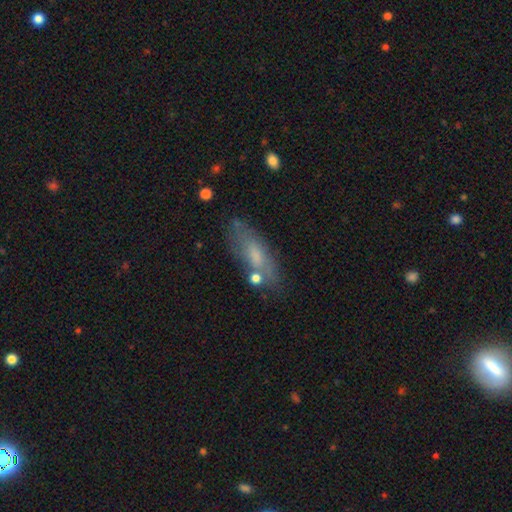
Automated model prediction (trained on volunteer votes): A smooth galaxy with no disk features (55%) that is in between round and cigar-shaped (58%).

Vote fractions:
- Smooth or featured? smooth: 55% / featured or disk: 36% / star or artifact: 9%
- How rounded? in between: 58% / cigar-shaped: 39% / round: 3%
- Merging? none: 69% / minor disturbance: 18% / merger: 7% / major disturbance: 6%